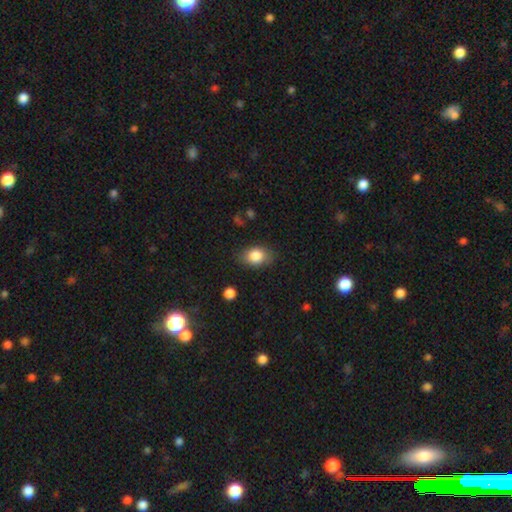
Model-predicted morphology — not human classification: Smooth or featured? smooth (84%)
How rounded? in between (76%)
Merging? none (80%)